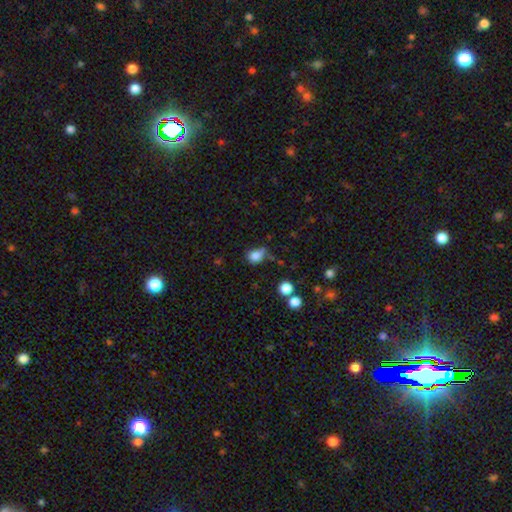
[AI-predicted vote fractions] smooth 81%, star or artifact 11%, featured or disk 8%. Down the decision tree: how rounded — round (49%, tied with in between); merging — none (44%).